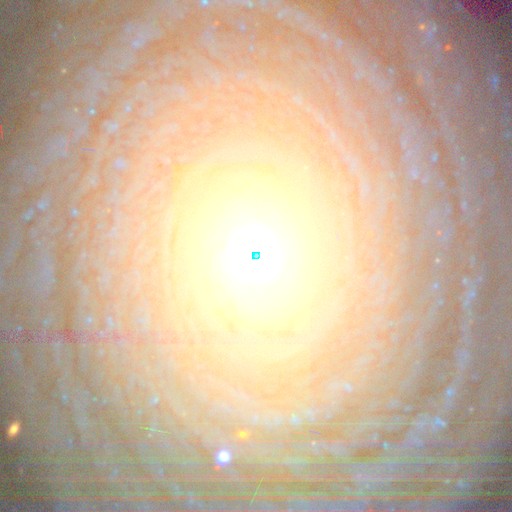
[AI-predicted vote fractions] featured or disk 72%, smooth 15%, star or artifact 13%. Down the decision tree: edge-on disk — no (93%); bar — no (77%); spiral arms — yes (80%); spiral arm count — can't tell (33%); spiral winding — tight (80%); bulge size — moderate (56%); merging — none (82%).